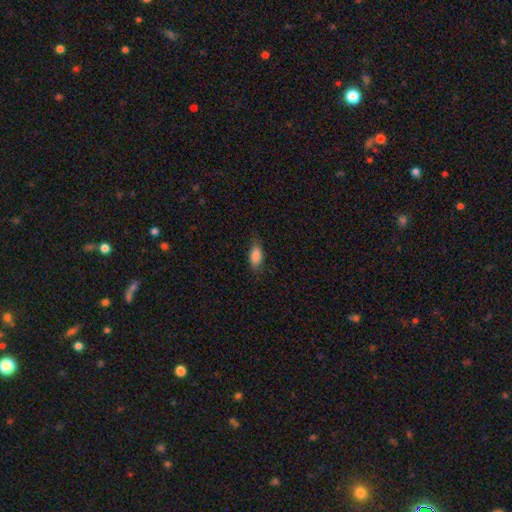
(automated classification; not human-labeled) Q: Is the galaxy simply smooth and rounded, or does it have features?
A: smooth — 85%.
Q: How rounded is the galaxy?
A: in between — 87%.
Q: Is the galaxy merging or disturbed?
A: none — 75%.